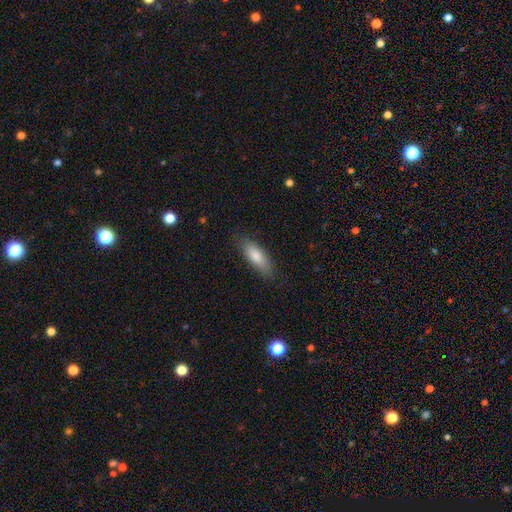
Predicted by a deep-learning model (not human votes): Overall: smooth (80%). How rounded: in between (56%; cigar-shaped 42%). Merging: none (82%).